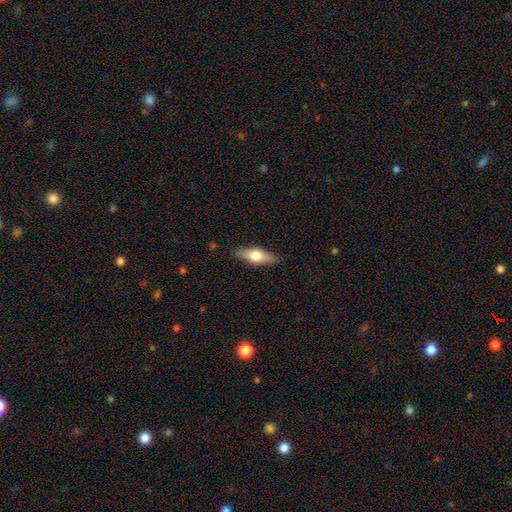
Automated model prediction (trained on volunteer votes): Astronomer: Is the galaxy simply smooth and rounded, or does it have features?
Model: smooth — 60%.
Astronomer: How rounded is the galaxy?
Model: in between — 63%.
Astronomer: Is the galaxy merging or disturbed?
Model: none — 87%.